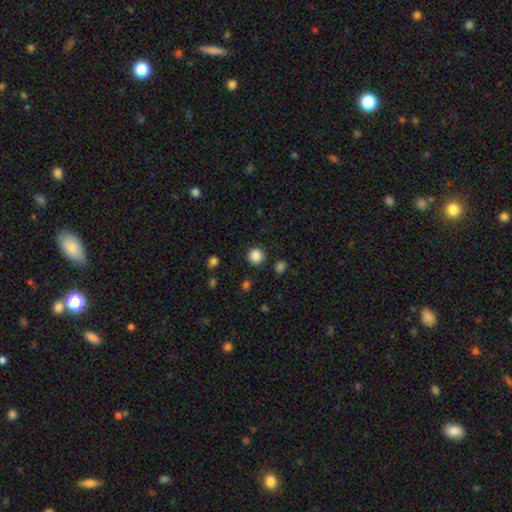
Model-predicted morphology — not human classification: type=smooth (86%); roundness=round (93%); merging=none (89%).